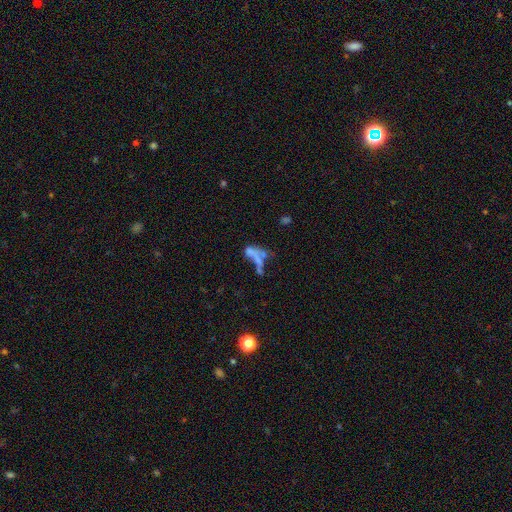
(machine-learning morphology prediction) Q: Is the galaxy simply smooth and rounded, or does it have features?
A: smooth — 44%.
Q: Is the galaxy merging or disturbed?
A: merger — 46%.